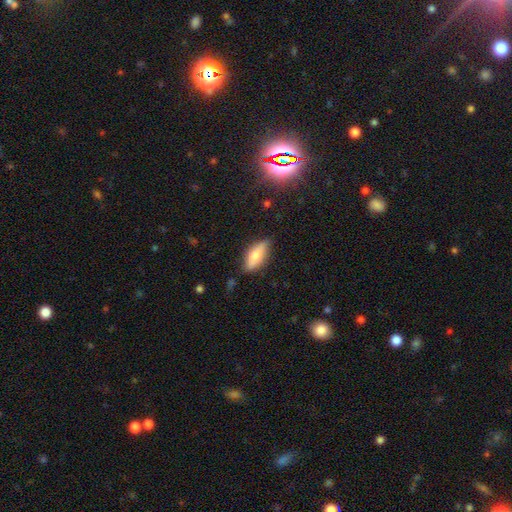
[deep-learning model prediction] smooth_or_featured: smooth (p=0.63) [alt: featured or disk p=0.30]
how_rounded: in between (p=0.69) [alt: cigar-shaped p=0.28]
merging: none (p=0.77) [alt: minor disturbance p=0.18]